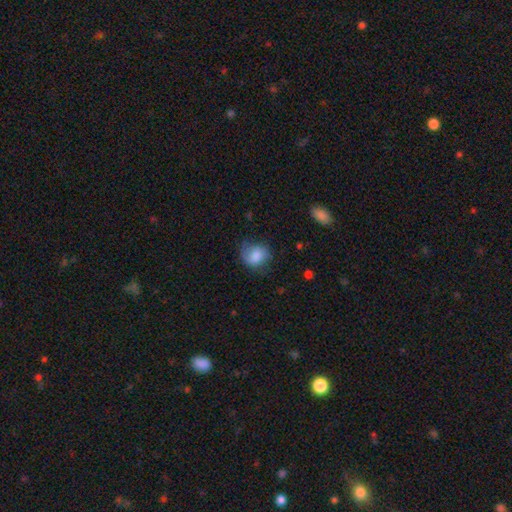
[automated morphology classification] This appears to be a smooth galaxy with no disk features (74%) that is round (60%). Merging: none (54%).